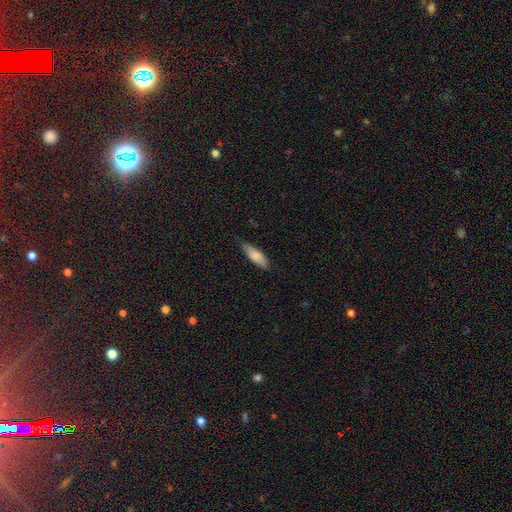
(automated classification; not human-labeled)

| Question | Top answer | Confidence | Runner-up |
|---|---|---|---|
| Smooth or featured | smooth | 81% | featured or disk (13%) |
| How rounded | in between | 59% | cigar-shaped (40%) |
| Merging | none | 75% | minor disturbance (21%) |